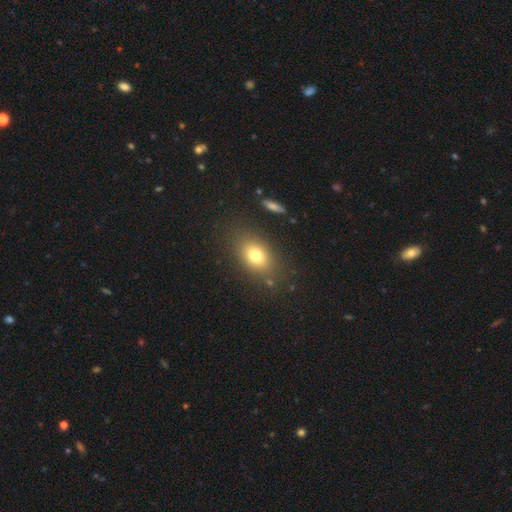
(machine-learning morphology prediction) A smooth galaxy with no disk features (75%) that is in between round and cigar-shaped (76%).

Vote fractions:
- Smooth or featured? smooth: 75% / featured or disk: 13% / star or artifact: 12%
- How rounded? in between: 76% / round: 22% / cigar-shaped: 2%
- Merging? none: 81% / minor disturbance: 11% / major disturbance: 5% / merger: 3%